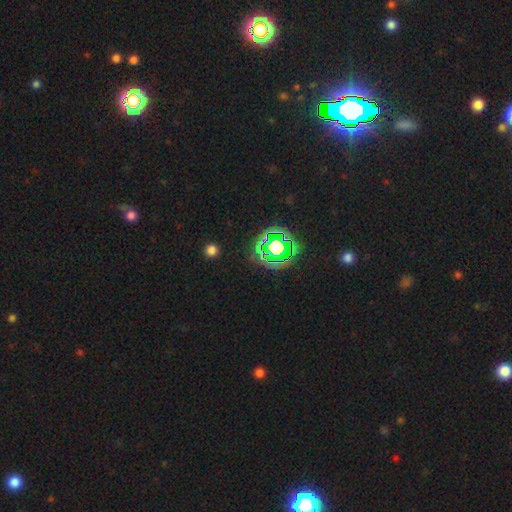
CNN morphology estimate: smooth_or_featured: star or artifact (p=0.82) [alt: smooth p=0.11]